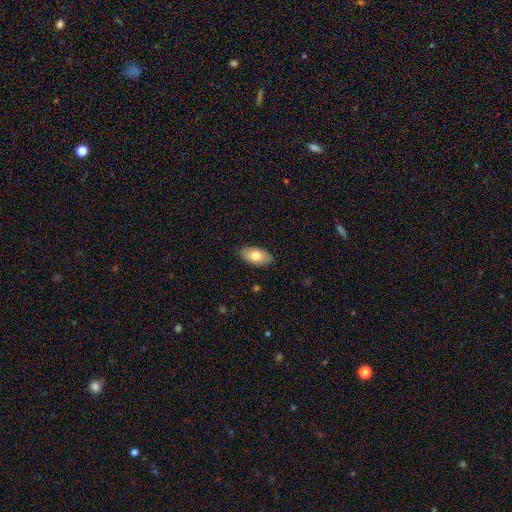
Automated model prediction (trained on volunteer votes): Smooth or featured: smooth — 75% (featured or disk — 18%)
How rounded: in between — 94% (round — 4%)
Merging: none — 87% (minor disturbance — 10%)